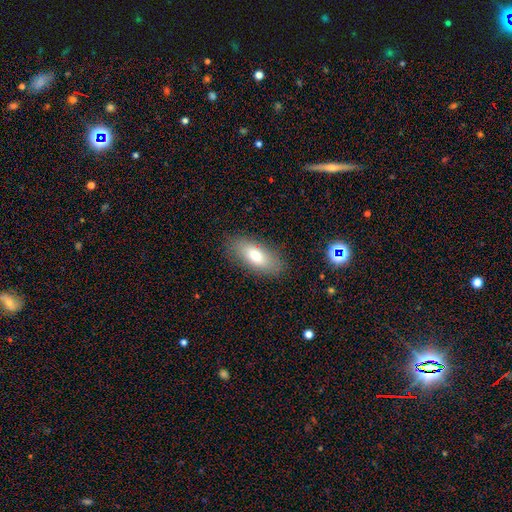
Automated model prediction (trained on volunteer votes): This is likely a smooth galaxy (72%). How rounded: clearly in between (82%). Merging: clearly none (85%).